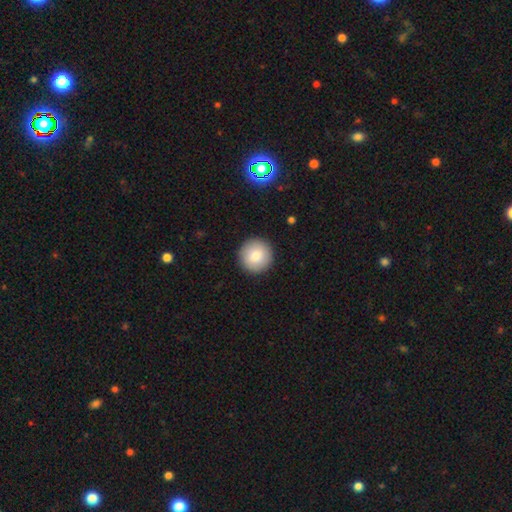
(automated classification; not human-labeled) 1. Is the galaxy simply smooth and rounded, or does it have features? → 80% smooth, 12% featured or disk, 8% star or artifact.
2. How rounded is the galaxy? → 96% round, 3% in between, 1% cigar-shaped.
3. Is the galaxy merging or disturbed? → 92% none, 5% minor disturbance, 2% major disturbance, 1% merger.